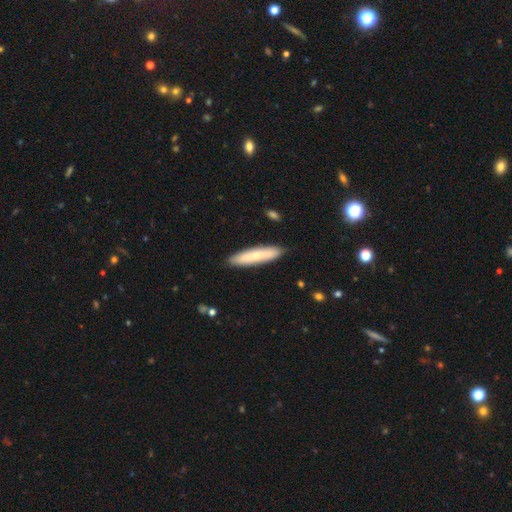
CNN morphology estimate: A smooth galaxy with no disk features (69%) that is cigar-shaped (83%).

Vote fractions:
- Smooth or featured? smooth: 69% / featured or disk: 25% / star or artifact: 6%
- How rounded? cigar-shaped: 83% / in between: 15% / round: 1%
- Merging? none: 88% / minor disturbance: 9% / major disturbance: 2% / merger: 1%